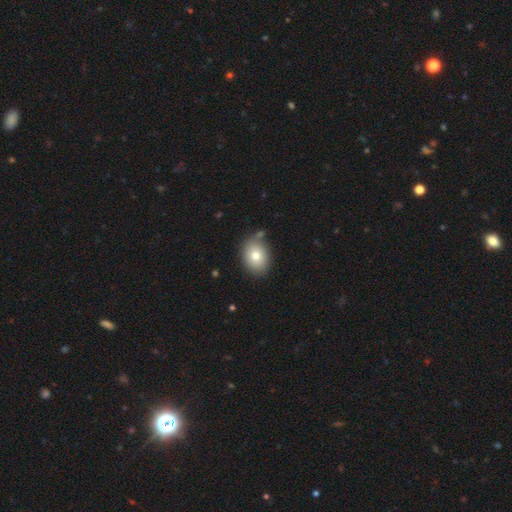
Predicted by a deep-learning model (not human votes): This is likely a smooth galaxy (77%). How rounded: likely in between (64%). Merging: likely none (78%).